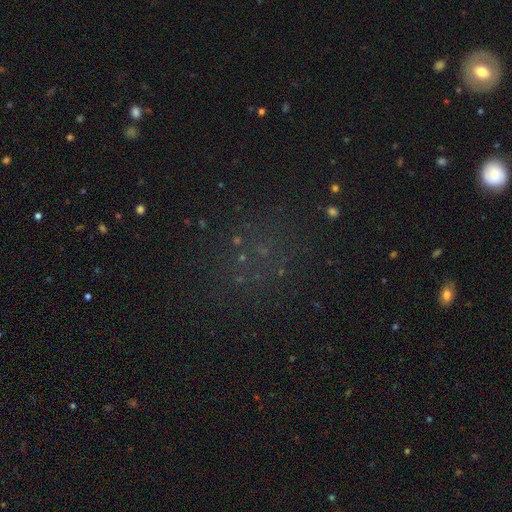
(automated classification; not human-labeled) Smooth or featured? Predicted: star or artifact (p=0.56).